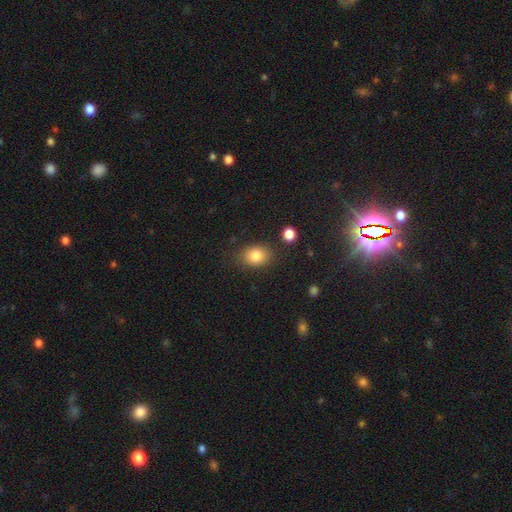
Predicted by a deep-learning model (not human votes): Q: Smooth or featured?
A: smooth (83%); runner-up: star or artifact (9%)
Q: How rounded?
A: in between (65%); runner-up: round (34%)
Q: Merging?
A: none (80%); runner-up: minor disturbance (13%)